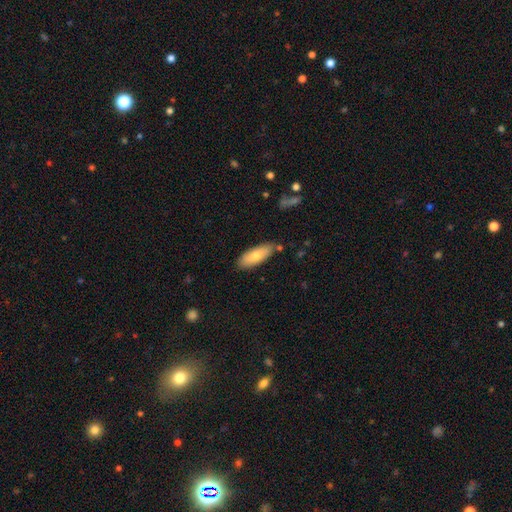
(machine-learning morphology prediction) Overall: smooth (75%). How rounded: in between (70%). Merging: none (82%).